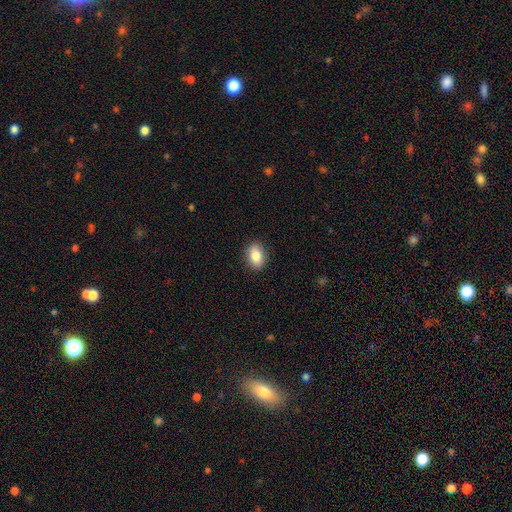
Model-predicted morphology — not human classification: A smooth galaxy with no disk features (85%) that is in between round and cigar-shaped (79%). Merging: none (89%).